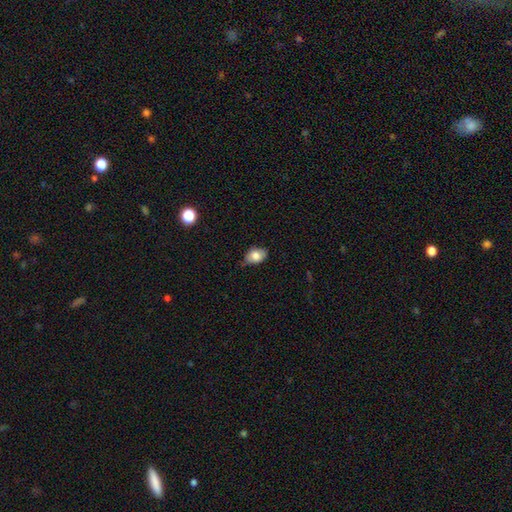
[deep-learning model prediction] smooth_or_featured: smooth (p=0.78) [alt: featured or disk p=0.14]
how_rounded: in between (p=0.80) [alt: round p=0.18]
merging: none (p=0.63) [alt: minor disturbance p=0.30]